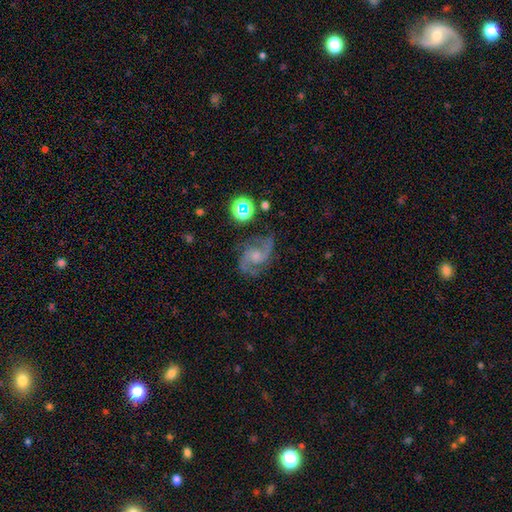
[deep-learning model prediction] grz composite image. It shows a featured or disk galaxy (84%) with no bar (56%), 2 (90%) medium (56%) spiral arms (97%) and a small central bulge (42%). Merging: none (72%).